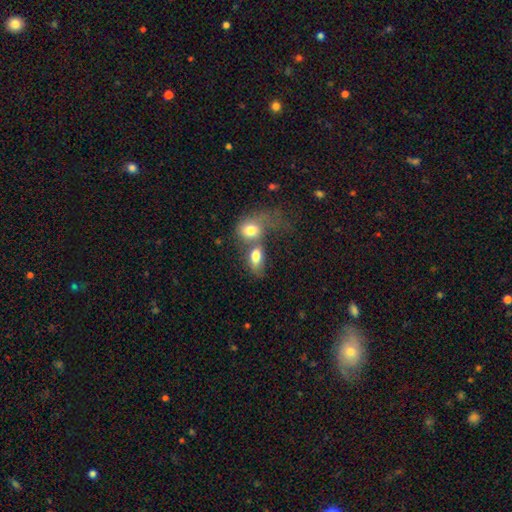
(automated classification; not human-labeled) A smooth galaxy with no disk features (77%) that is in between round and cigar-shaped (80%). Merging: merger (60%).